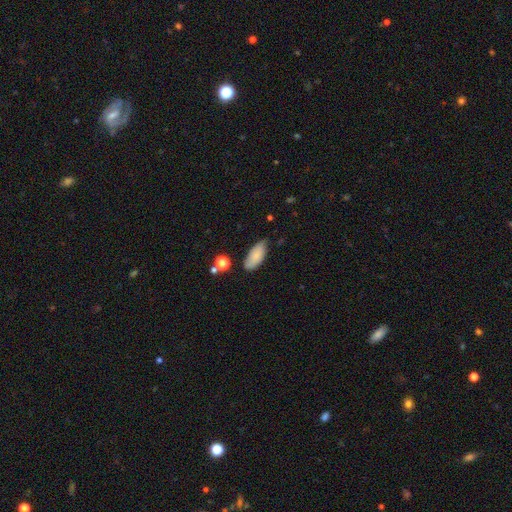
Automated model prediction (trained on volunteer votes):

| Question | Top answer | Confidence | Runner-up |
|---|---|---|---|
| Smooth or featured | smooth | 84% | featured or disk (9%) |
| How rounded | in between | 85% | cigar-shaped (13%) |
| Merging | none | 68% | minor disturbance (25%) |